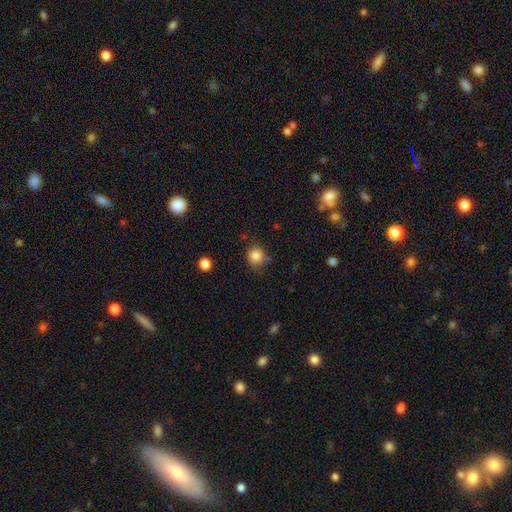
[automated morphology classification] Smooth or featured? Predicted: smooth (p=0.85). How rounded? Predicted: round (p=0.89). Merging? Predicted: none (p=0.79).